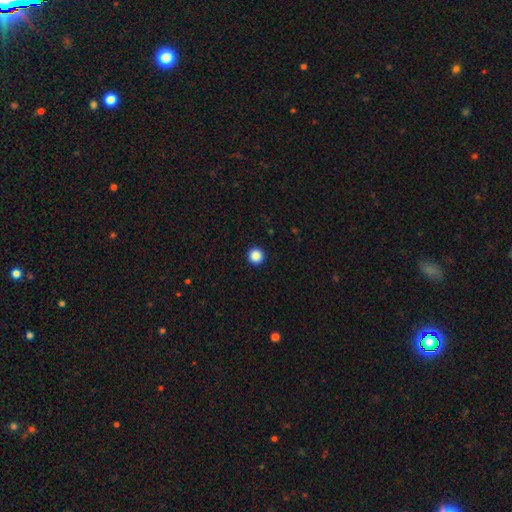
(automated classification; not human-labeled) Smooth or featured?
  - smooth: 88% *
  - star or artifact: 10%
  - featured or disk: 2%
How rounded?
  - round: 97% *
  - in between: 2%
  - cigar-shaped: 1%
Merging?
  - none: 94% *
  - minor disturbance: 4%
  - major disturbance: 1%
  - merger: 1%